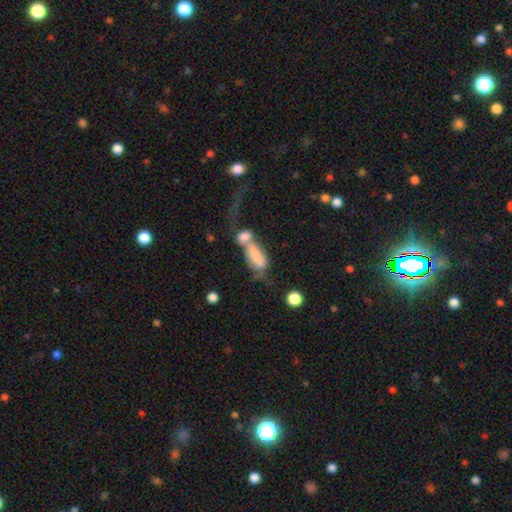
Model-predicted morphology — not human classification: Smooth or featured? smooth (69%)
How rounded? in between (78%)
Merging? merger (64%)